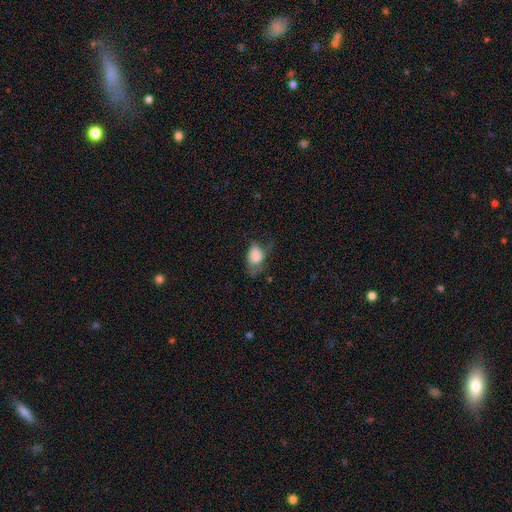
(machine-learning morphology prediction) Q: Smooth or featured?
A: smooth (73%); runner-up: featured or disk (19%)
Q: How rounded?
A: in between (84%); runner-up: round (14%)
Q: Merging?
A: major disturbance (39%); runner-up: minor disturbance (31%)